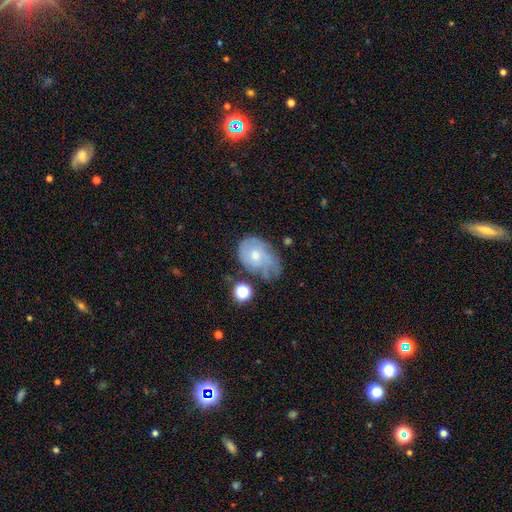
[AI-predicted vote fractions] Smooth or featured? featured or disk (46%)
Merging? minor disturbance (36%)